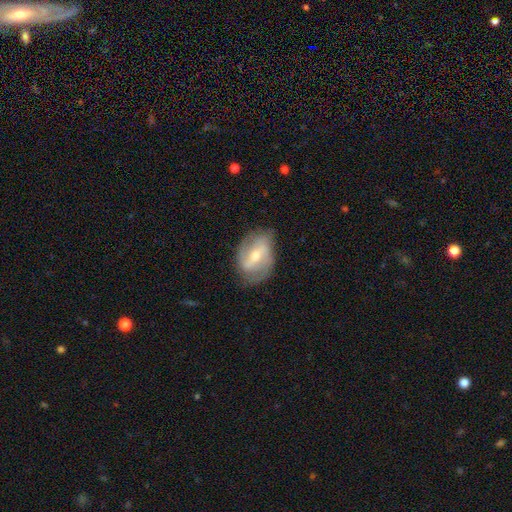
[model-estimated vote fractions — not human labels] This is likely a featured or disk galaxy (78%). It is clearly not viewed edge-on (96%). Bar: marginally weak (43%). Spiral arm pattern: clearly yes (90%). Spiral arm count: likely 2 (72%). Spiral winding: marginally medium (44%). Central bulge: possibly moderate (53%). Merging: likely none (73%).